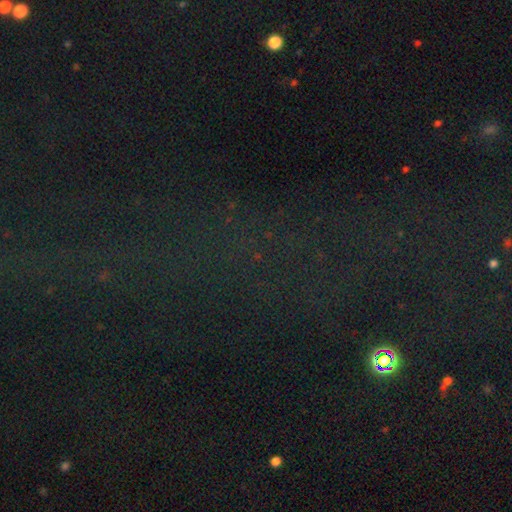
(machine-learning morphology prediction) Overall: star or artifact (76%).